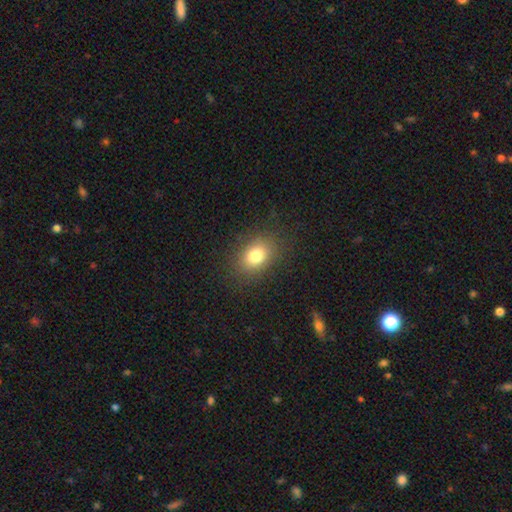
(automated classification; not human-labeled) smooth 79%, star or artifact 12%, featured or disk 9%. Down the decision tree: how rounded — in between (65%); merging — none (85%).